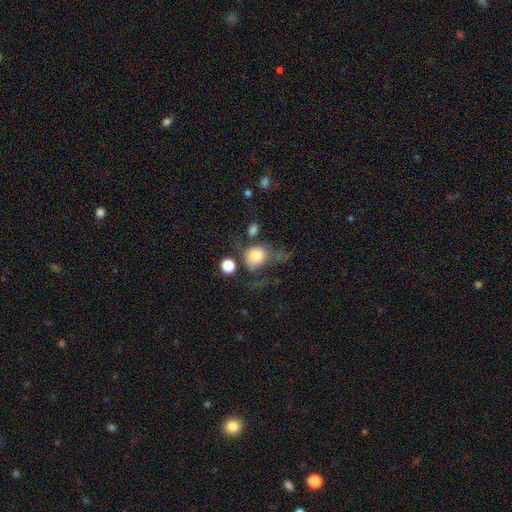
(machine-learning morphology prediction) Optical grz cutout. It shows a smooth galaxy with no disk features (71%) that is round (69%). Merging: major disturbance (37%).